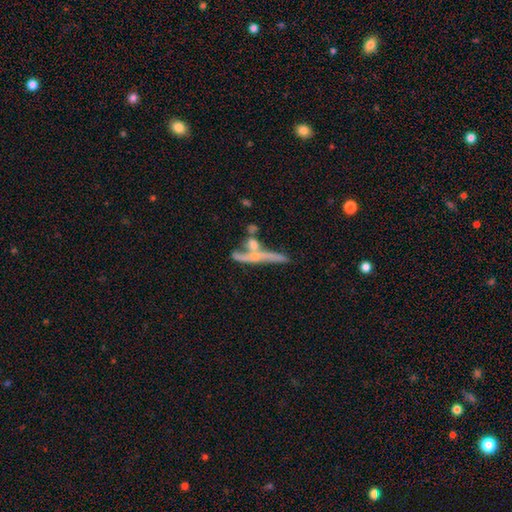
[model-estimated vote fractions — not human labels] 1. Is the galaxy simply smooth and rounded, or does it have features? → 60% featured or disk, 30% smooth, 10% star or artifact.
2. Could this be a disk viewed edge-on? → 76% yes, 24% no.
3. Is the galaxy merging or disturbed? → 42% none, 31% merger, 15% minor disturbance, 12% major disturbance.